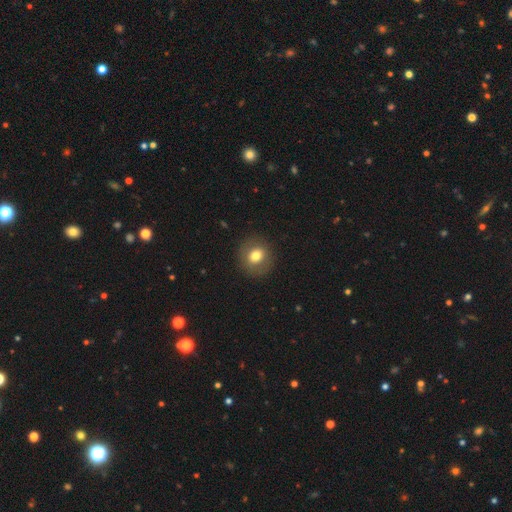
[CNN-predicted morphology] The model was most divided on "smooth or featured": smooth: 73%, featured or disk: 17%, star or artifact: 9%. More confident: merging — none (88%); how rounded — round (78%).